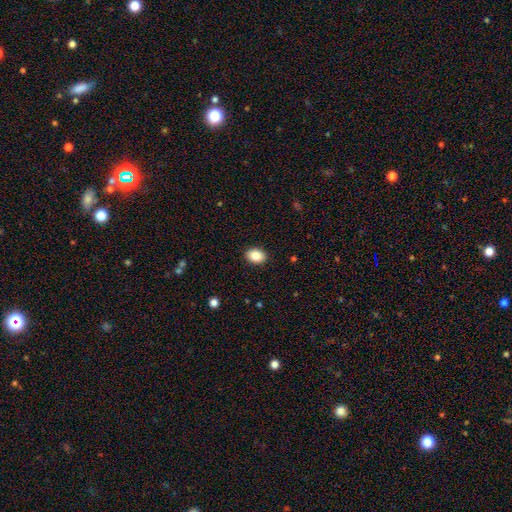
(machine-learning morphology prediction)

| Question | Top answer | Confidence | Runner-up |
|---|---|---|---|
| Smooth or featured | smooth | 86% | star or artifact (8%) |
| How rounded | in between | 77% | round (22%) |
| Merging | none | 91% | minor disturbance (7%) |